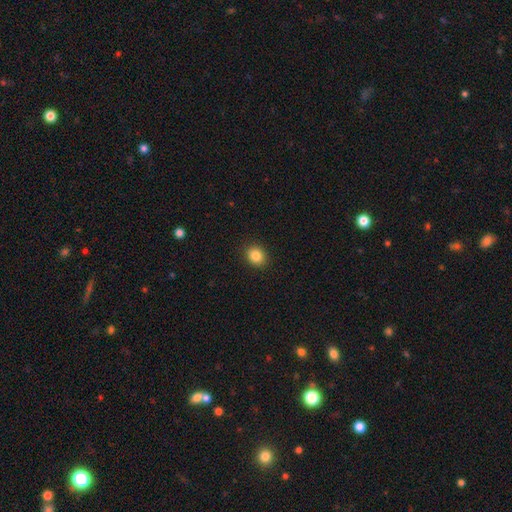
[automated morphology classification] A smooth galaxy with no disk features (85%) that is round (65%). Merging: none (91%).